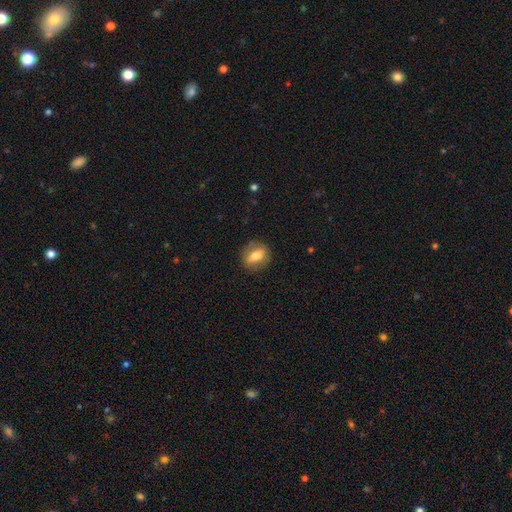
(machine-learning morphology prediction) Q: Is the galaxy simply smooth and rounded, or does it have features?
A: smooth — 60%.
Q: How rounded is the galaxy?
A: in between — 59%.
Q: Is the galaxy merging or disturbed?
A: none — 80%.